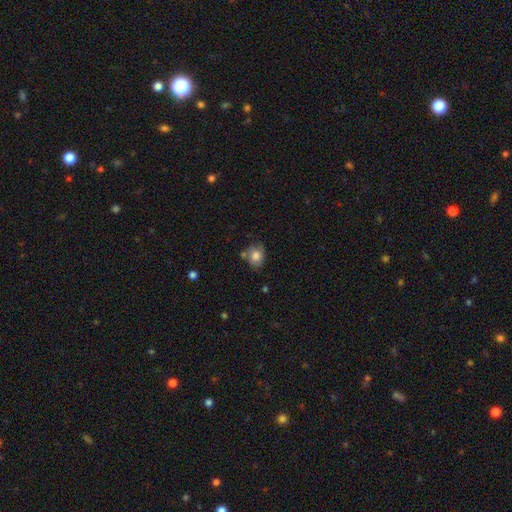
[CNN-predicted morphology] Smooth or featured?
  - smooth: 76% *
  - featured or disk: 16%
  - star or artifact: 9%
How rounded?
  - round: 51% *
  - in between: 48%
  - cigar-shaped: 1%
Merging?
  - none: 56% *
  - minor disturbance: 25%
  - merger: 12%
  - major disturbance: 7%